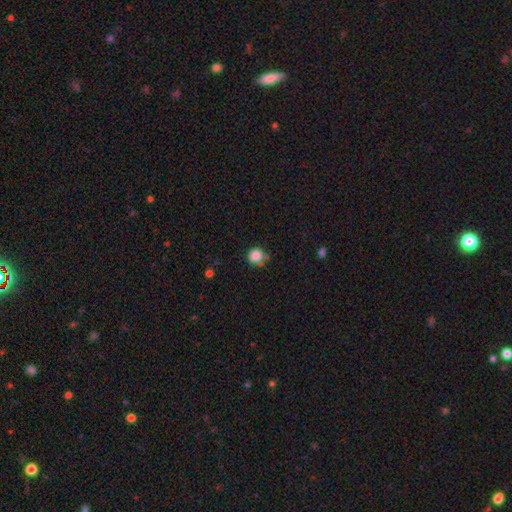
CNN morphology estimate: Smooth or featured: smooth — 85% (star or artifact — 10%)
How rounded: round — 89% (in between — 10%)
Merging: none — 60% (minor disturbance — 27%)